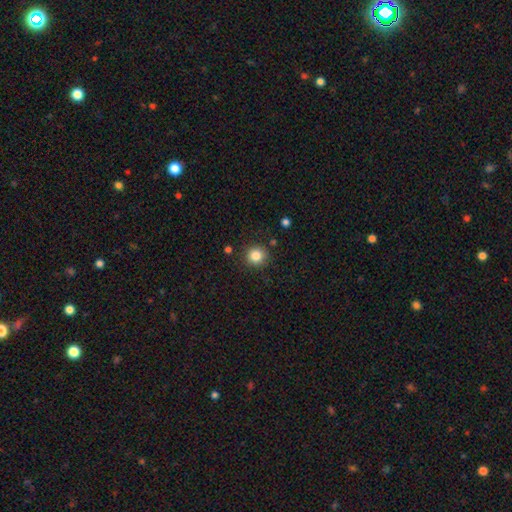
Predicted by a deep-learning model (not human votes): This is clearly a smooth galaxy (84%). How rounded: clearly round (92%). Merging: clearly none (88%).